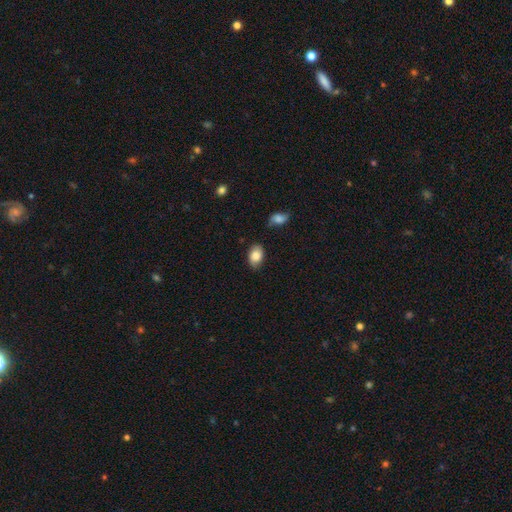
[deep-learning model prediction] A smooth galaxy with no disk features (85%) that is in between round and cigar-shaped (85%). Merging: none (76%).